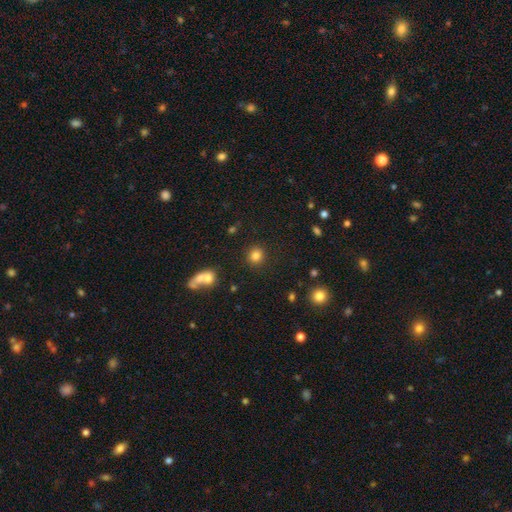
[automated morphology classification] A smooth galaxy with no disk features (82%) that is round (88%).

Vote fractions:
- Smooth or featured? smooth: 82% / star or artifact: 12% / featured or disk: 6%
- How rounded? round: 88% / in between: 11% / cigar-shaped: 1%
- Merging? none: 87% / minor disturbance: 6% / merger: 4% / major disturbance: 3%